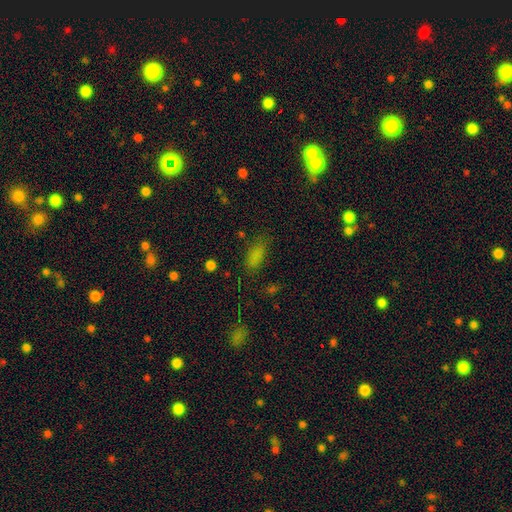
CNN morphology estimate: type=smooth (78%); roundness=in between (83%); merging=none (70%).